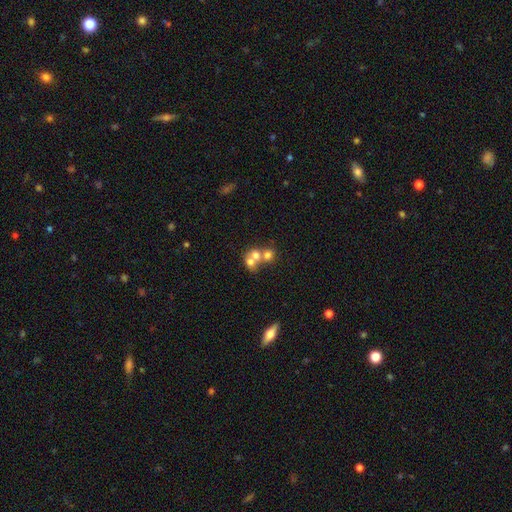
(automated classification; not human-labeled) This is likely a smooth galaxy (62%). How rounded: likely round (69%). Merging: likely merger (67%).